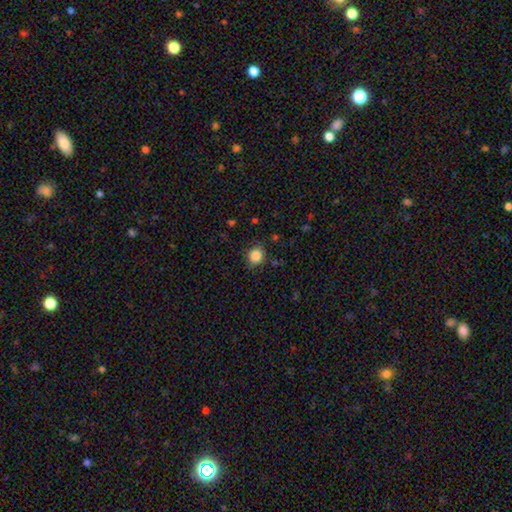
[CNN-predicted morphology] type=smooth (85%); roundness=round (86%); merging=none (84%).